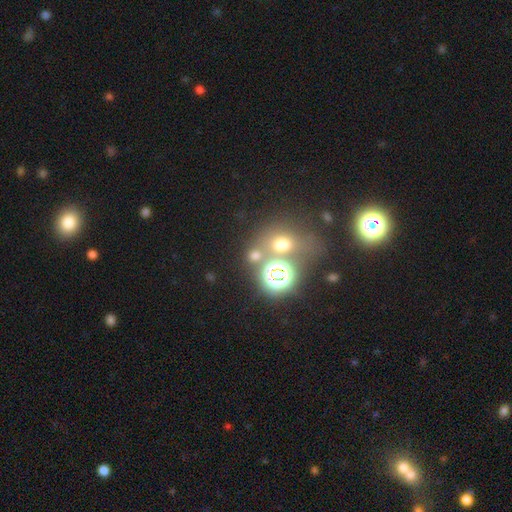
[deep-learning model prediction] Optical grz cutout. It shows a smooth galaxy with no disk features (54%) that is round (73%). Merging: none (63%).